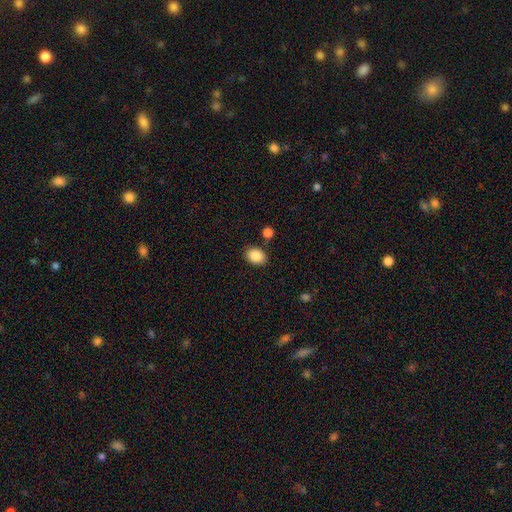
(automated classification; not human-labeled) smooth-or-featured: smooth: 87% | star or artifact: 8% | featured or disk: 5%
  how-rounded: in between: 67% | round: 32% | cigar-shaped: 1%
  merging: none: 83% | minor disturbance: 10% | merger: 5% | major disturbance: 3%